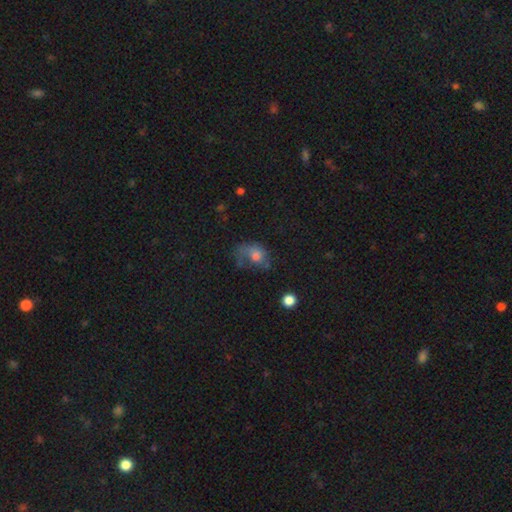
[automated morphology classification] smooth_or_featured: smooth (p=0.56) [alt: featured or disk p=0.30]
how_rounded: in between (p=0.64) [alt: round p=0.35]
merging: major disturbance (p=0.40) [alt: none p=0.30]